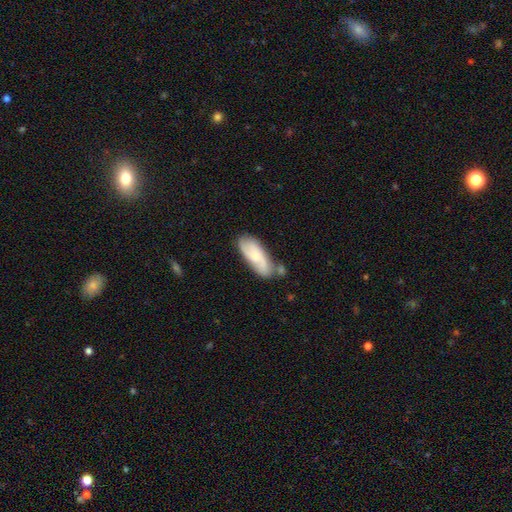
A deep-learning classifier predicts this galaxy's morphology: The model was most divided on "smooth or featured": smooth: 52%, featured or disk: 42%, star or artifact: 7%. More confident: how rounded — in between (72%); merging — none (59%).